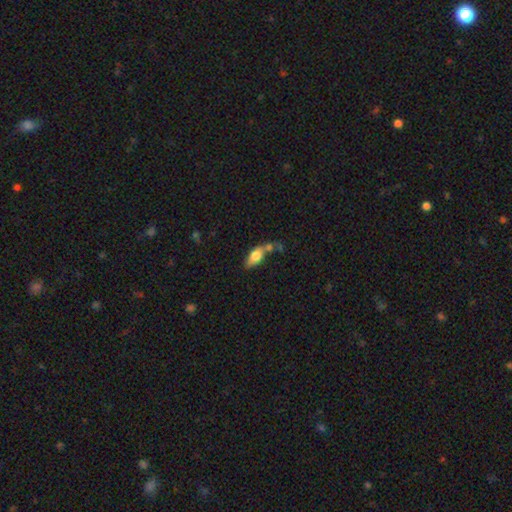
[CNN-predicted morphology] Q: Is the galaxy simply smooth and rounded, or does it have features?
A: smooth — 71%.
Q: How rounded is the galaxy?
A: in between — 81%.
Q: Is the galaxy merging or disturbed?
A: none — 37%.